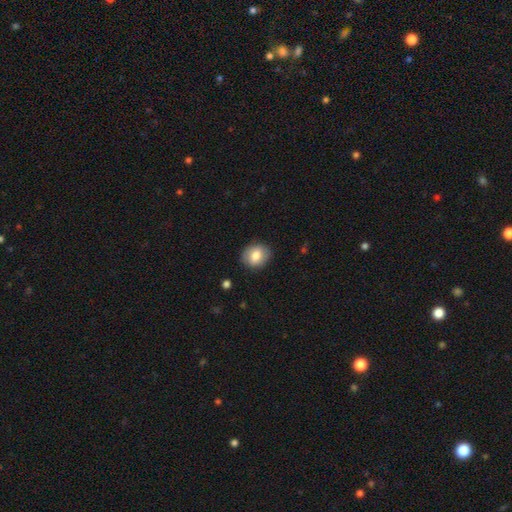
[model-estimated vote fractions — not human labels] Morphology: type=smooth (77%); roundness=round (54%); merging=none (86%).